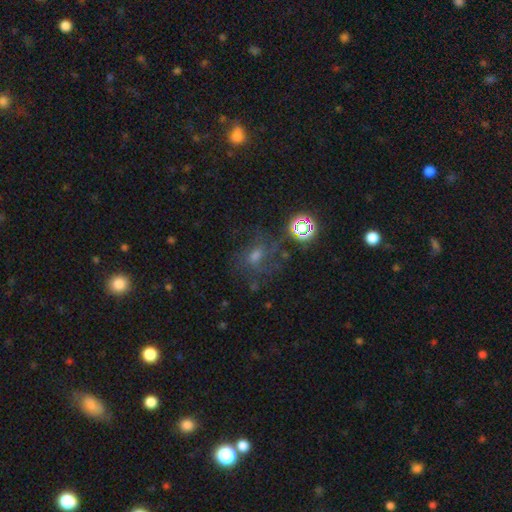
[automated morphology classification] Smooth or featured: star or artifact — 35% (featured or disk — 34%)